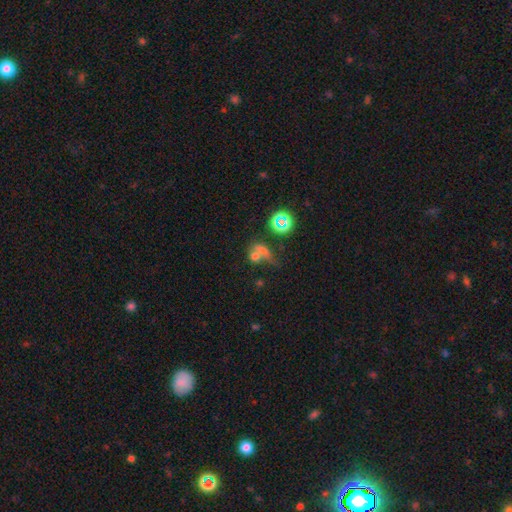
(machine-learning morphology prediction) type=smooth (57%); roundness=round (57%); merging=merger (46%).